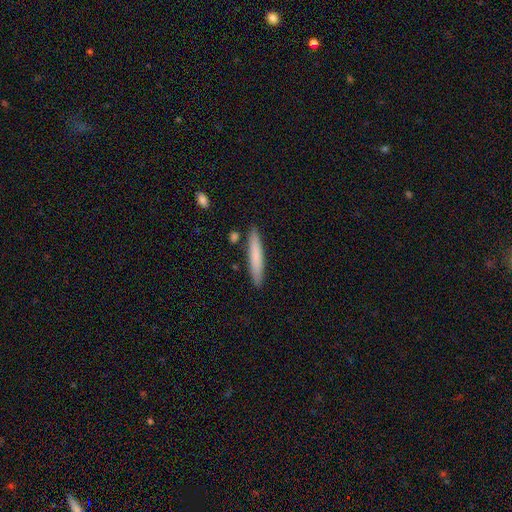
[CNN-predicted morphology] This is likely a smooth galaxy (76%). How rounded: clearly cigar-shaped (93%). Merging: clearly none (87%).